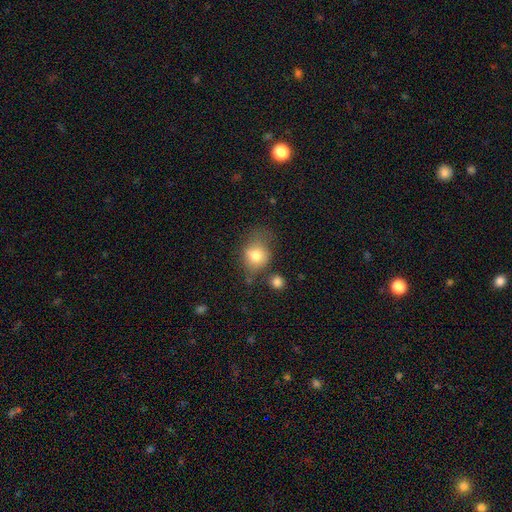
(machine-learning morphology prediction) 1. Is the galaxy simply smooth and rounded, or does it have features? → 74% smooth, 16% featured or disk, 10% star or artifact.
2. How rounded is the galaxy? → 54% round, 44% in between, 1% cigar-shaped.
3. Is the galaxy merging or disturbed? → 47% none, 29% minor disturbance, 16% major disturbance, 8% merger.